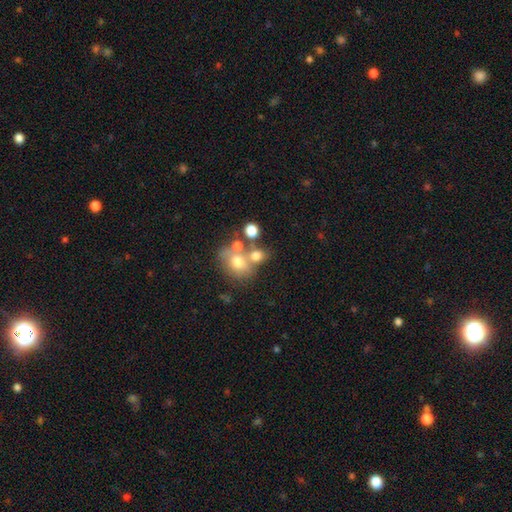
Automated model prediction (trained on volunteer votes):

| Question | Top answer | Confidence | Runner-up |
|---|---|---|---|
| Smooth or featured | smooth | 66% | featured or disk (20%) |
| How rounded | round | 62% | in between (37%) |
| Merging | merger | 43% | none (40%) |